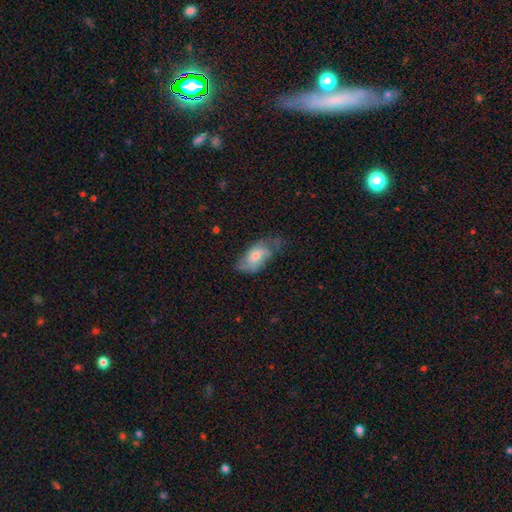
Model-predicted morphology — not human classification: smooth-or-featured: featured or disk: 53% | smooth: 40% | star or artifact: 8%
  disk-edge-on: no: 91% | yes: 9%
  merging: none: 50% | minor disturbance: 30% | major disturbance: 19% | merger: 2%